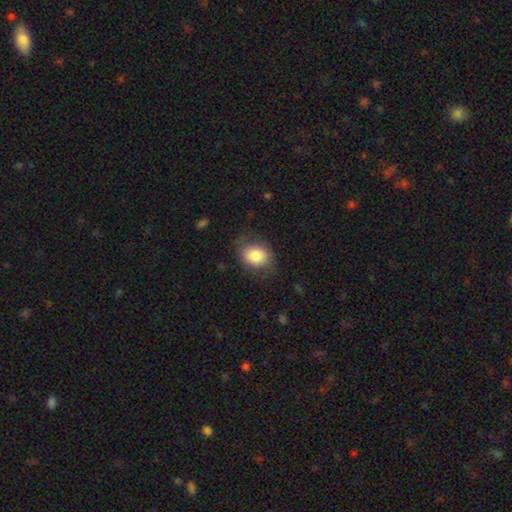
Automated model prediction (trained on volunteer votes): Smooth or featured? Predicted: smooth (p=0.82). How rounded? Predicted: in between (p=0.53). Merging? Predicted: none (p=0.74).